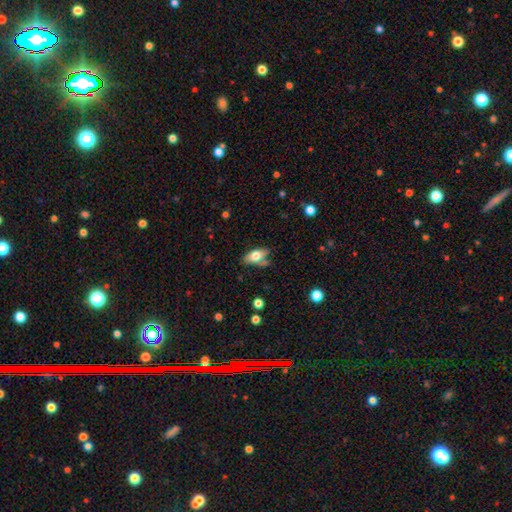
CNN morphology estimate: Smooth or featured?
  - smooth: 69% *
  - featured or disk: 23%
  - star or artifact: 8%
How rounded?
  - in between: 87% *
  - cigar-shaped: 9%
  - round: 4%
Merging?
  - none: 54% *
  - minor disturbance: 26%
  - merger: 11%
  - major disturbance: 9%